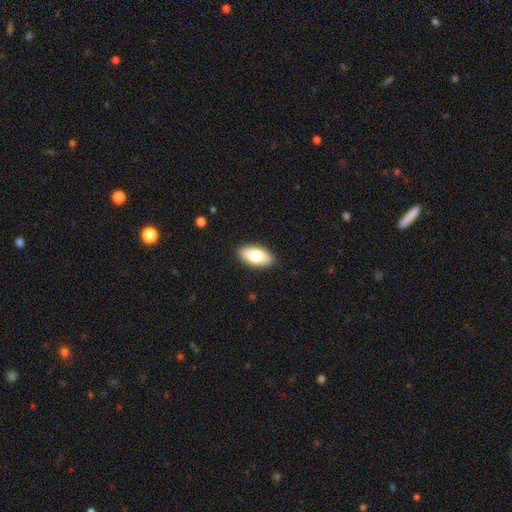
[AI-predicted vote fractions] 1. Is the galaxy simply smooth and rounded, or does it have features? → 76% smooth, 18% featured or disk, 6% star or artifact.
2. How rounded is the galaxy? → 93% in between, 4% cigar-shaped, 3% round.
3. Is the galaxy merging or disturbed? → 89% none, 8% minor disturbance, 2% major disturbance, 1% merger.